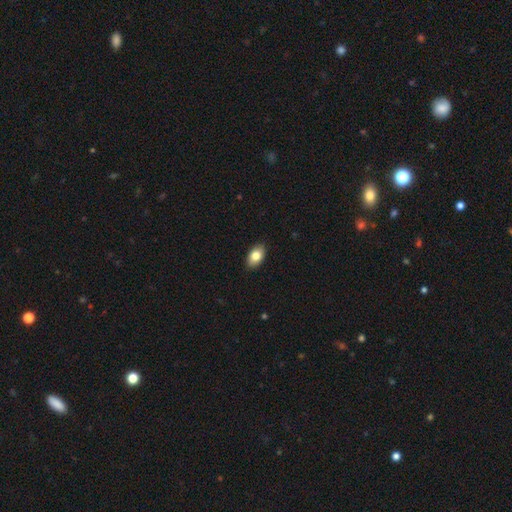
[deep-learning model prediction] A smooth galaxy with no disk features (82%) that is in between round and cigar-shaped (91%).

Vote fractions:
- Smooth or featured? smooth: 82% / featured or disk: 11% / star or artifact: 7%
- How rounded? in between: 91% / round: 7% / cigar-shaped: 2%
- Merging? none: 89% / minor disturbance: 8% / major disturbance: 2% / merger: 1%